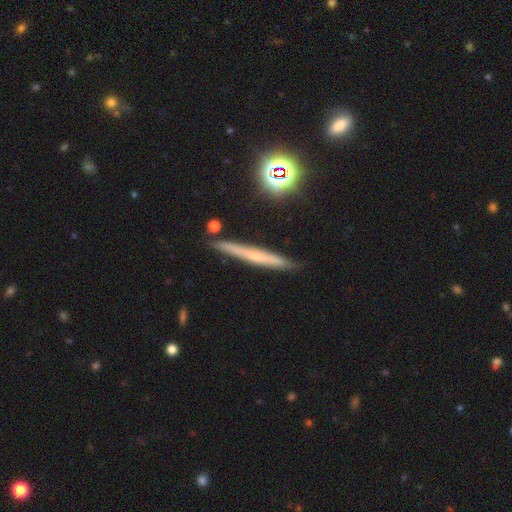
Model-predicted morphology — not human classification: type=featured or disk (51%); edge-on=yes (95%); merging=none (87%).